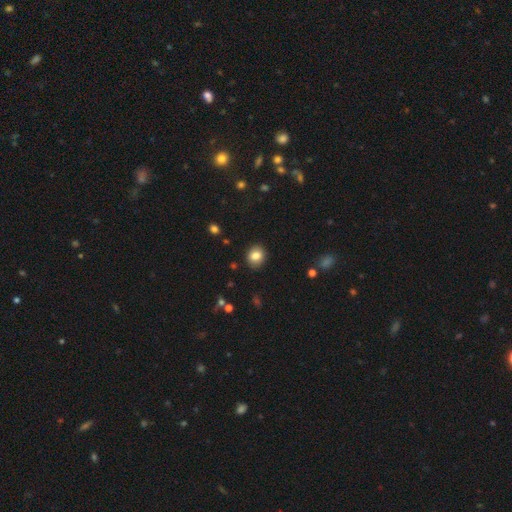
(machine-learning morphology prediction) type=smooth (83%); roundness=round (71%); merging=none (89%).